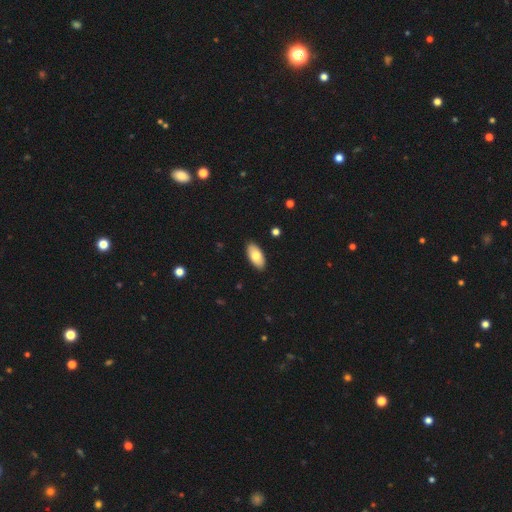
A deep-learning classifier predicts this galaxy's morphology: Smooth or featured? smooth (77%)
How rounded? in between (93%)
Merging? none (89%)